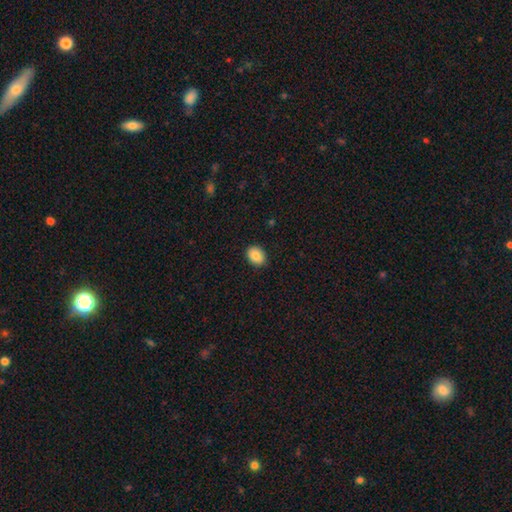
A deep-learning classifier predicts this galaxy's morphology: The model was most divided on "how rounded": in between: 72%, round: 27%, cigar-shaped: 1%. More confident: merging — none (89%); smooth or featured — smooth (86%).